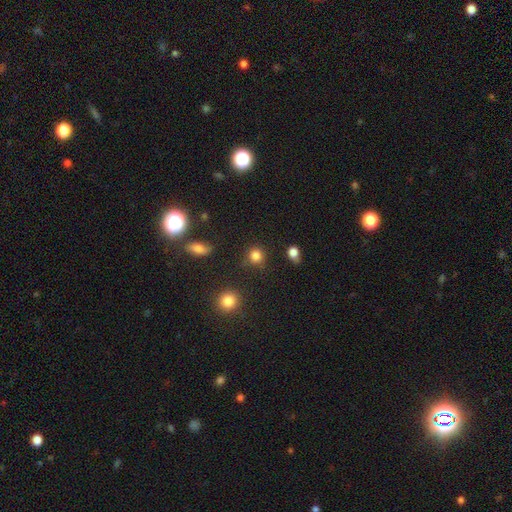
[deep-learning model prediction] Morphology: type=smooth (82%); roundness=round (87%); merging=none (79%).